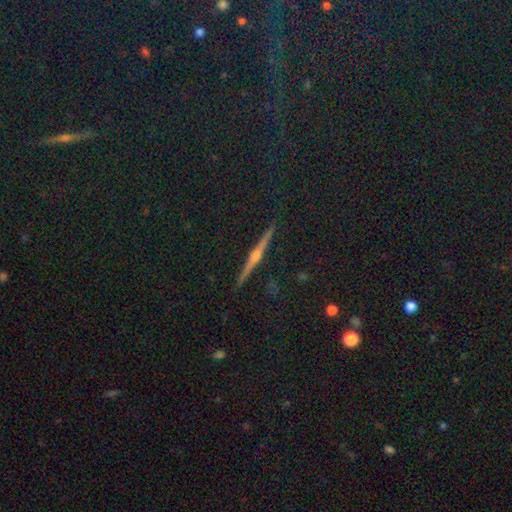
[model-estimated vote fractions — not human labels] Q: Smooth or featured?
A: featured or disk (78%); runner-up: star or artifact (12%)
Q: Edge-on disk?
A: yes (98%); runner-up: no (2%)
Q: Edge-on bulge?
A: rounded (89%); runner-up: boxy (6%)
Q: Merging?
A: none (93%); runner-up: minor disturbance (5%)